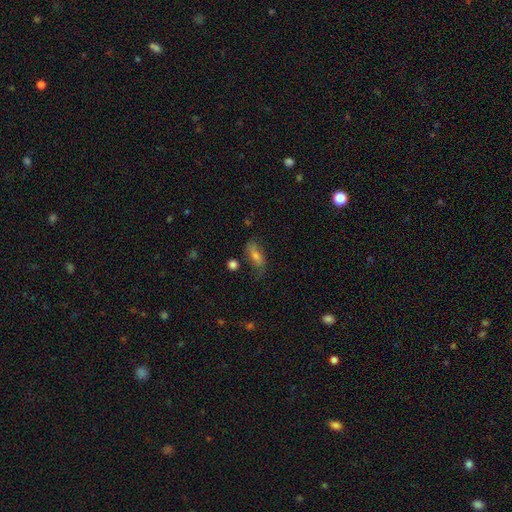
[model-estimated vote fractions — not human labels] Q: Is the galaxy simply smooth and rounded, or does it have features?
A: smooth — 46%.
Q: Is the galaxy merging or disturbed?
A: none — 64%.